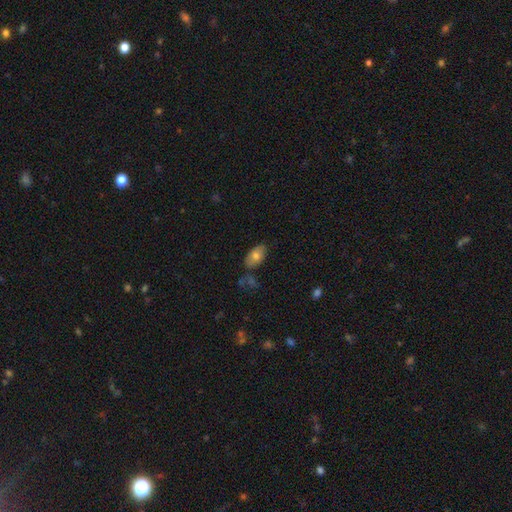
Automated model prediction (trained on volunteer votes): A smooth galaxy with no disk features (76%) that is in between round and cigar-shaped (93%). Merging: none (71%).